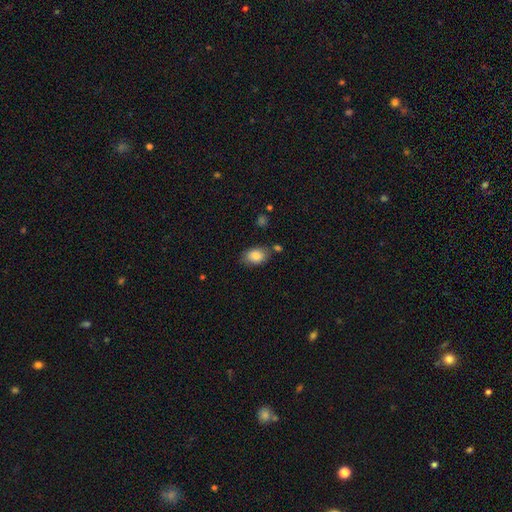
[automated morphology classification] smooth 84%, featured or disk 8%, star or artifact 8%. Down the decision tree: how rounded — in between (82%); merging — none (74%).